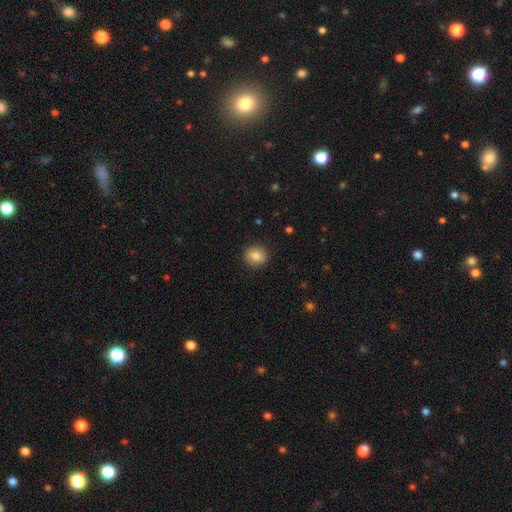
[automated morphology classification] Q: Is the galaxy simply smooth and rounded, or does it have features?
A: smooth — 84%.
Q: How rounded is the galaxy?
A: round — 75%.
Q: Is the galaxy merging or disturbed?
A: none — 90%.